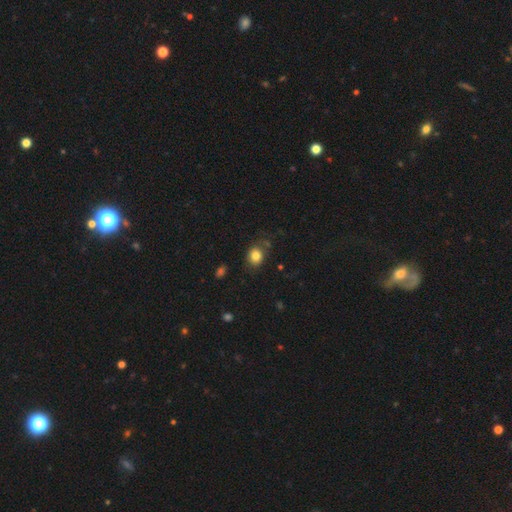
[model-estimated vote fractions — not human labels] This is clearly a smooth galaxy (82%). How rounded: possibly round (56%). Merging: likely none (74%).